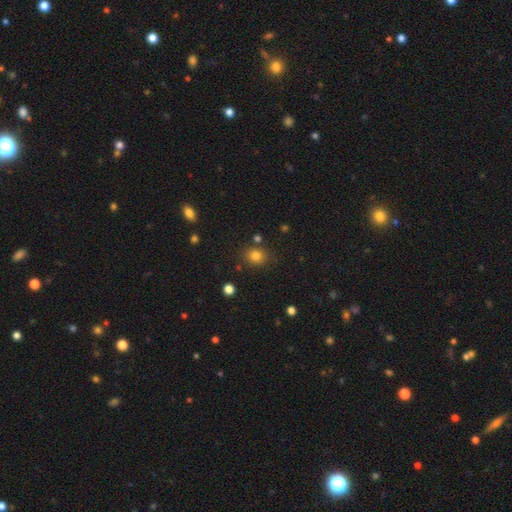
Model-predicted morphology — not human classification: A smooth galaxy with no disk features (79%) that is round (66%).

Vote fractions:
- Smooth or featured? smooth: 79% / star or artifact: 14% / featured or disk: 7%
- How rounded? round: 66% / in between: 33% / cigar-shaped: 1%
- Merging? none: 79% / minor disturbance: 11% / merger: 5% / major disturbance: 4%